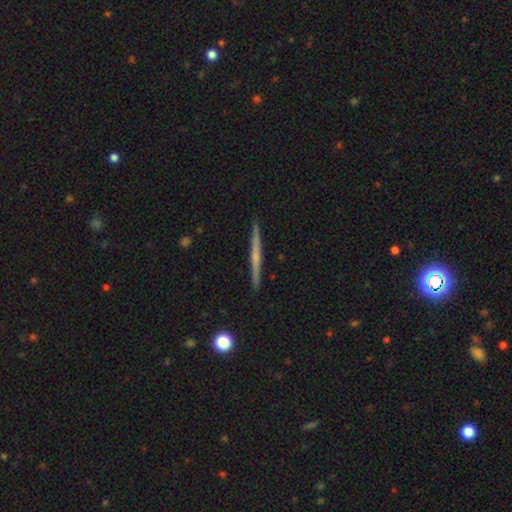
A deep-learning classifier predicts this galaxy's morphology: The model was most divided on "edge-on bulge": none: 60%, rounded: 33%, boxy: 6%. More confident: edge-on disk — yes (98%); merging — none (92%); smooth or featured — featured or disk (62%).